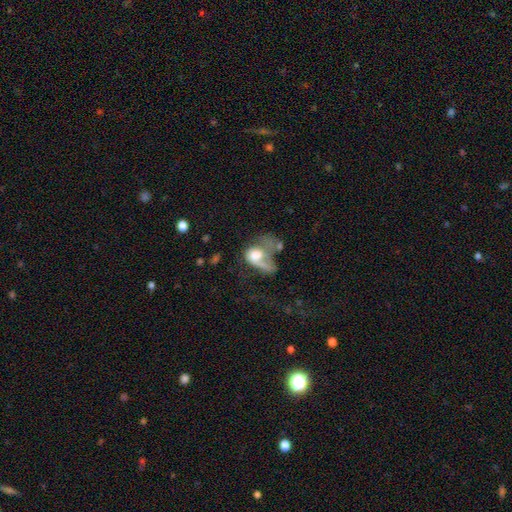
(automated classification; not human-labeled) The model was most divided on "smooth or featured": smooth: 48%, featured or disk: 42%, star or artifact: 10%. Remaining: merging — major disturbance (50%).